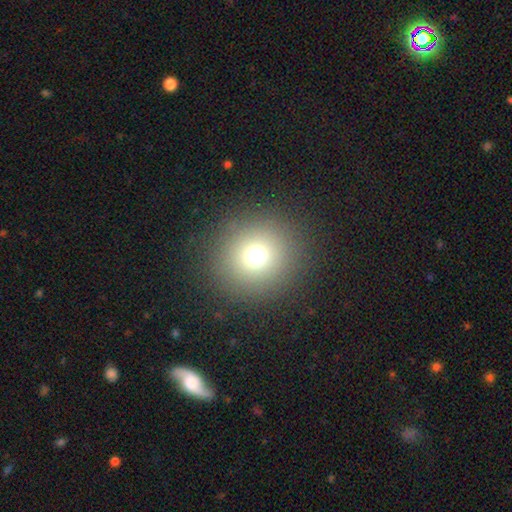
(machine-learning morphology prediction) Smooth or featured: smooth — 72% (star or artifact — 18%)
How rounded: round — 93% (in between — 6%)
Merging: none — 89% (minor disturbance — 6%)